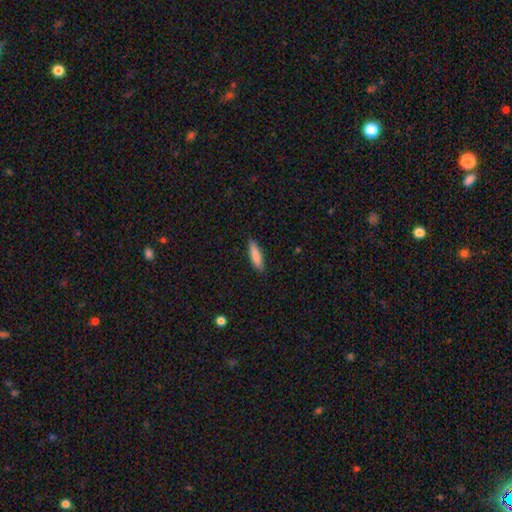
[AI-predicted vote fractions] smooth-or-featured: smooth: 83% | featured or disk: 11% | star or artifact: 6%
  how-rounded: cigar-shaped: 74% | in between: 24% | round: 1%
  merging: none: 87% | minor disturbance: 10% | major disturbance: 2% | merger: 1%